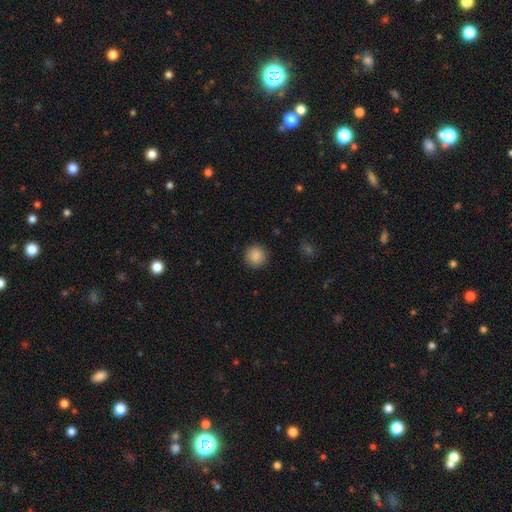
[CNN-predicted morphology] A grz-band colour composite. It shows a smooth galaxy with no disk features (88%) that is round (94%). Merging: none (91%).